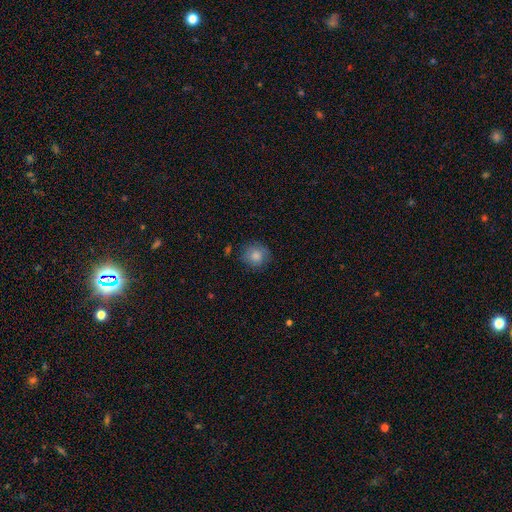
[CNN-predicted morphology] Smooth or featured: smooth — 81% (featured or disk — 10%)
How rounded: round — 86% (in between — 13%)
Merging: none — 78% (minor disturbance — 17%)